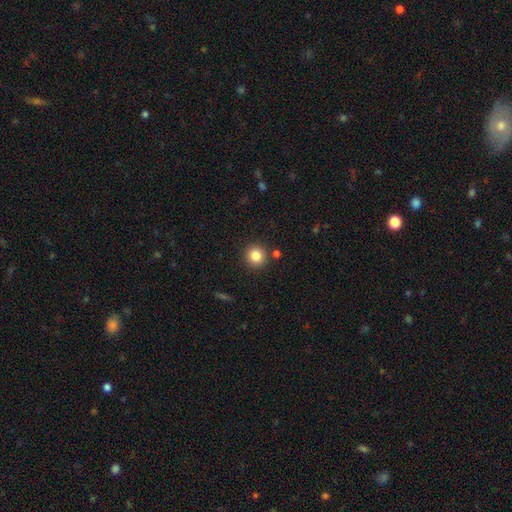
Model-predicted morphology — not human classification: This is clearly a smooth galaxy (84%). How rounded: clearly round (92%). Merging: clearly none (88%).